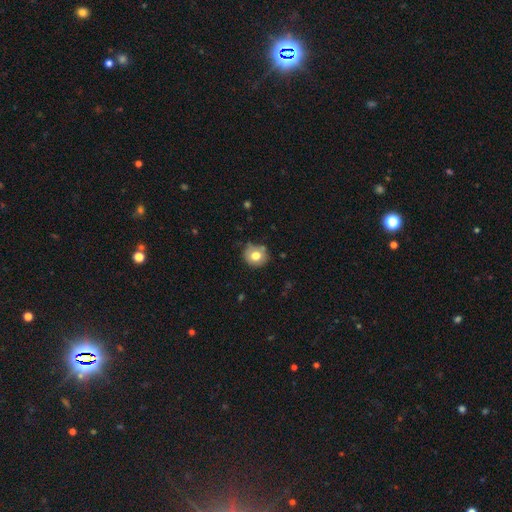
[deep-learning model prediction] Q: Smooth or featured?
A: smooth (74%); runner-up: featured or disk (16%)
Q: How rounded?
A: round (84%); runner-up: in between (15%)
Q: Merging?
A: none (73%); runner-up: minor disturbance (19%)